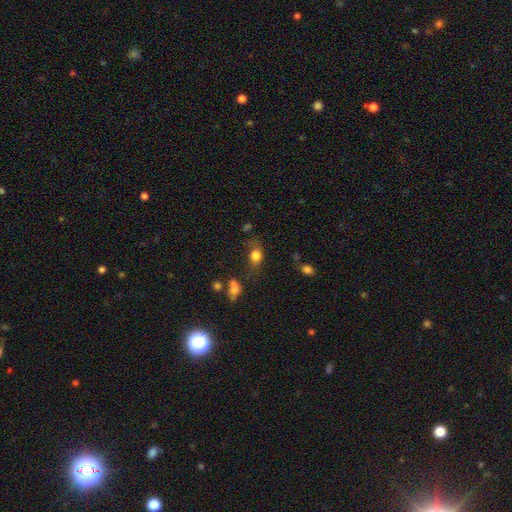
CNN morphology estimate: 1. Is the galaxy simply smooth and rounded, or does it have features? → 76% smooth, 14% featured or disk, 10% star or artifact.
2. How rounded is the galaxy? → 58% in between, 39% round, 3% cigar-shaped.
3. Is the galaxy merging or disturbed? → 50% none, 26% minor disturbance, 19% major disturbance, 5% merger.